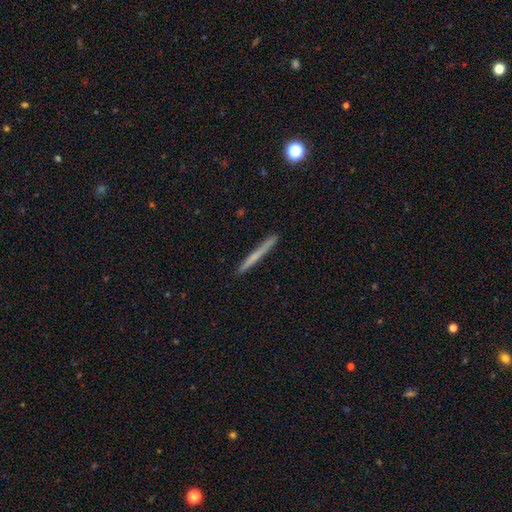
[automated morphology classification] Smooth or featured? smooth (55%)
How rounded? cigar-shaped (97%)
Merging? none (91%)